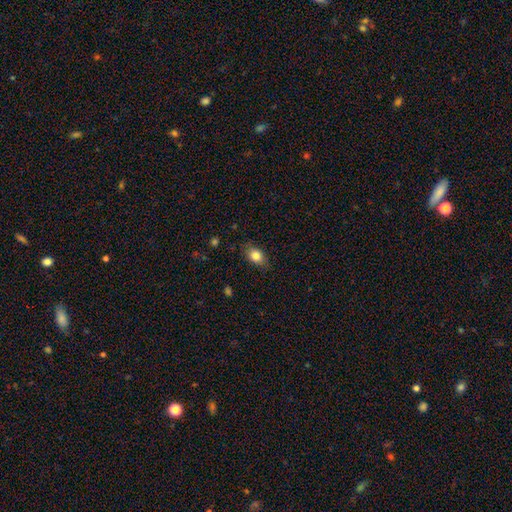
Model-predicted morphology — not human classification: Overall: smooth (83%). How rounded: in between (73%). Merging: none (79%).